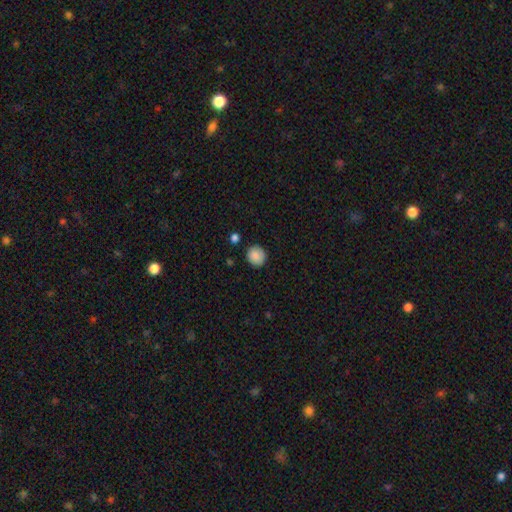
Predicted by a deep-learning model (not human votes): A smooth galaxy with no disk features (86%) that is round (87%).

Vote fractions:
- Smooth or featured? smooth: 86% / star or artifact: 8% / featured or disk: 5%
- How rounded? round: 87% / in between: 12% / cigar-shaped: 1%
- Merging? none: 86% / minor disturbance: 9% / merger: 2% / major disturbance: 2%